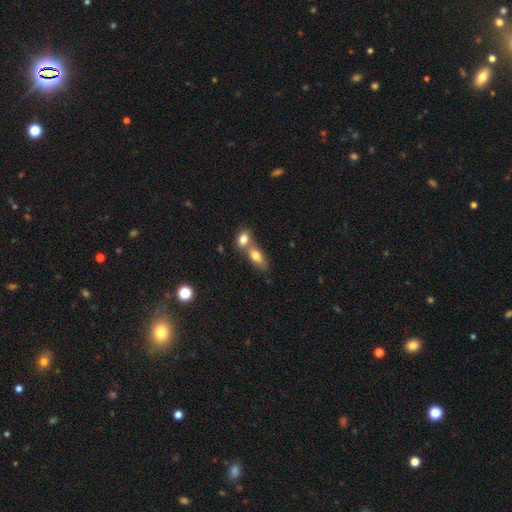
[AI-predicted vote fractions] Smooth or featured? Predicted: smooth (p=0.75). How rounded? Predicted: in between (p=0.80). Merging? Predicted: merger (p=0.58).